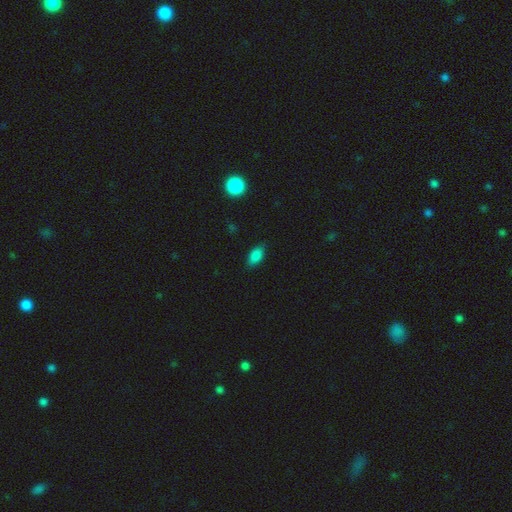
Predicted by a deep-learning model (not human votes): A smooth galaxy with no disk features (85%) that is in between round and cigar-shaped (89%).

Vote fractions:
- Smooth or featured? smooth: 85% / star or artifact: 9% / featured or disk: 6%
- How rounded? in between: 89% / round: 5% / cigar-shaped: 5%
- Merging? none: 84% / minor disturbance: 13% / major disturbance: 2% / merger: 1%